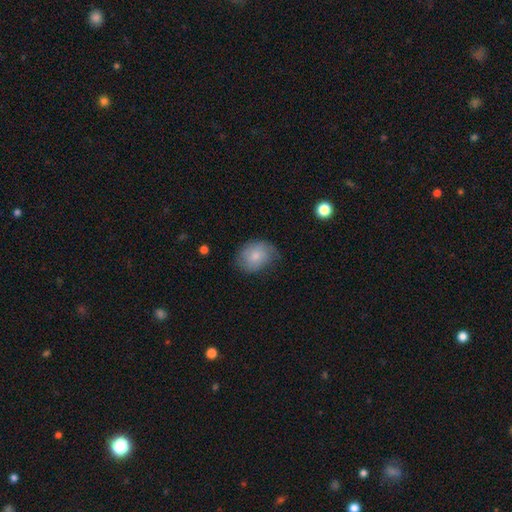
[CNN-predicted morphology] Overall: smooth (74%). How rounded: in between (59%; round 40%). Merging: none (65%; minor disturbance 27%).